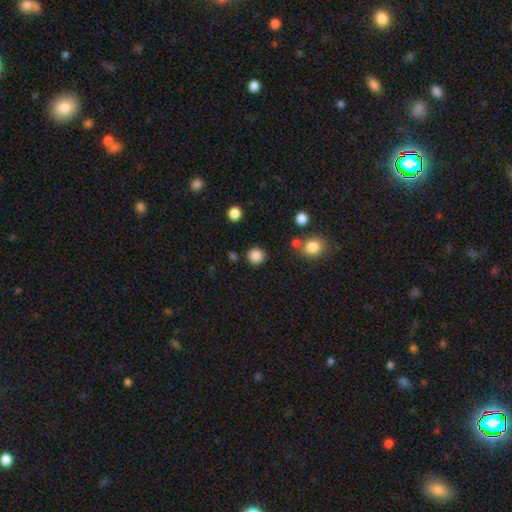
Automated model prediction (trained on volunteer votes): smooth_or_featured: smooth (p=0.86) [alt: star or artifact p=0.11]
how_rounded: round (p=0.93) [alt: in between p=0.06]
merging: none (p=0.87) [alt: minor disturbance p=0.07]